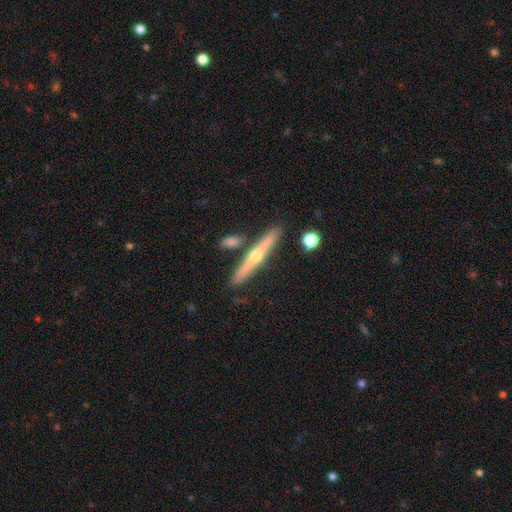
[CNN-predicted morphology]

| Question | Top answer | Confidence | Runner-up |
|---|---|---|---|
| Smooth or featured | featured or disk | 69% | smooth (25%) |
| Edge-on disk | yes | 97% | no (3%) |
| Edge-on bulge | rounded | 88% | none (9%) |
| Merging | none | 83% | minor disturbance (8%) |